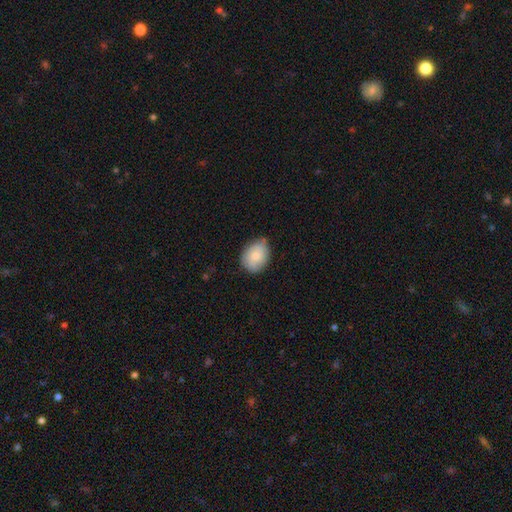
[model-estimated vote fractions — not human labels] The model was most divided on "how rounded": in between: 63%, round: 36%, cigar-shaped: 1%. More confident: smooth or featured — smooth (78%); merging — none (67%).